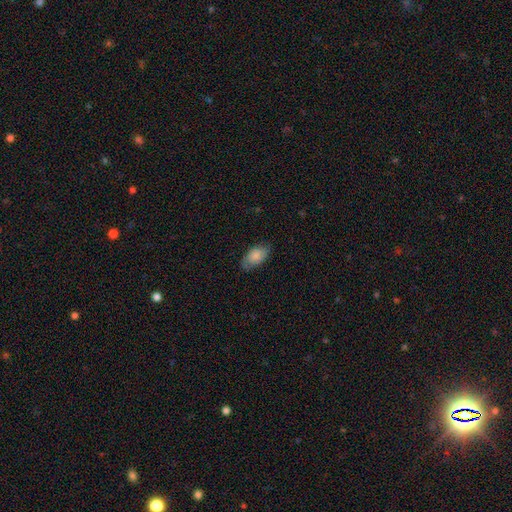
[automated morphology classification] smooth 78%, featured or disk 15%, star or artifact 7%. Down the decision tree: how rounded — in between (93%); merging — none (72%).